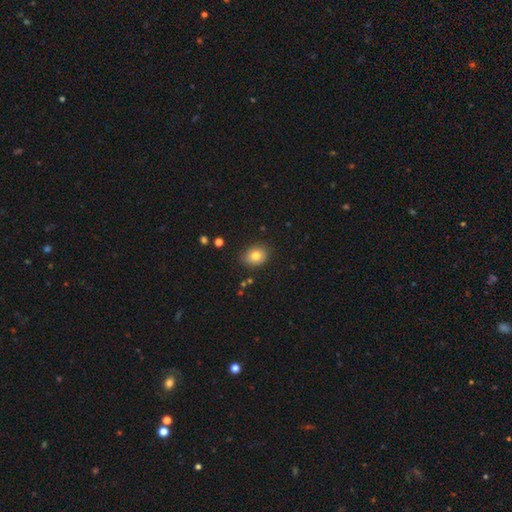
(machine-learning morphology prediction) Smooth or featured? smooth (79%)
How rounded? round (53%)
Merging? none (82%)